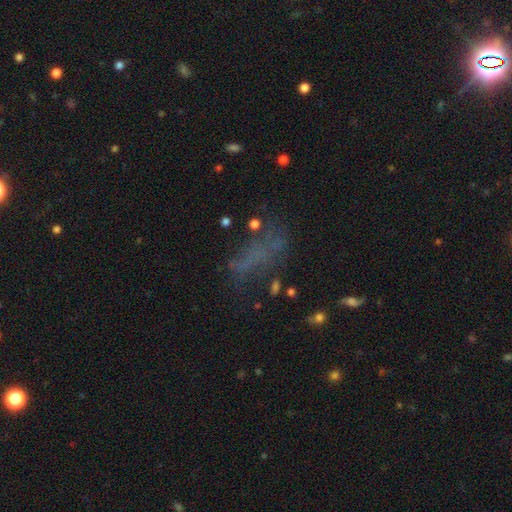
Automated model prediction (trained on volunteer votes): Smooth or featured? Predicted: smooth (p=0.41). Merging? Predicted: none (p=0.49).